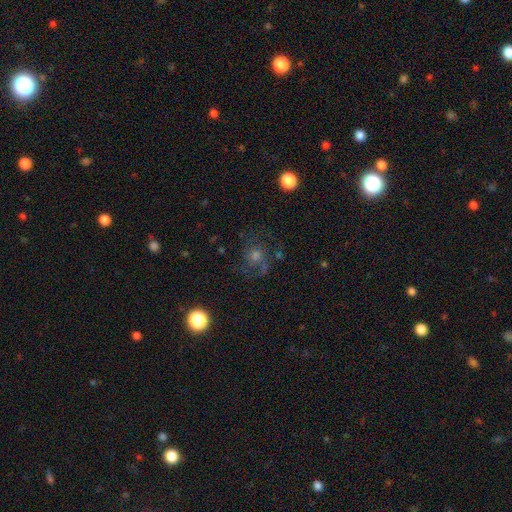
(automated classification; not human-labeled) Smooth or featured?
  - featured or disk: 40% *
  - smooth: 34%
  - star or artifact: 26%
Merging?
  - none: 66% *
  - major disturbance: 15%
  - minor disturbance: 15%
  - merger: 4%